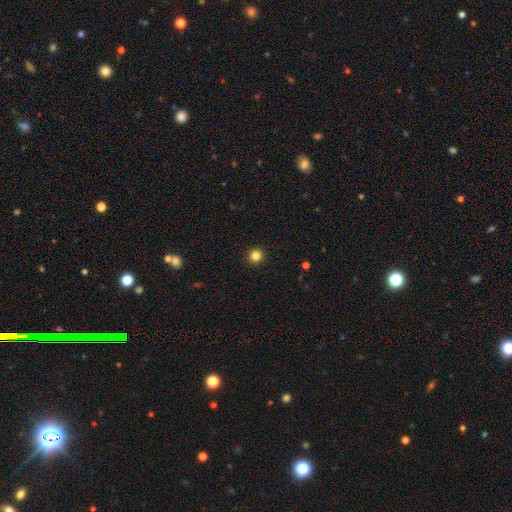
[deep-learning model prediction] Morphology: type=smooth (84%); roundness=round (93%); merging=none (93%).